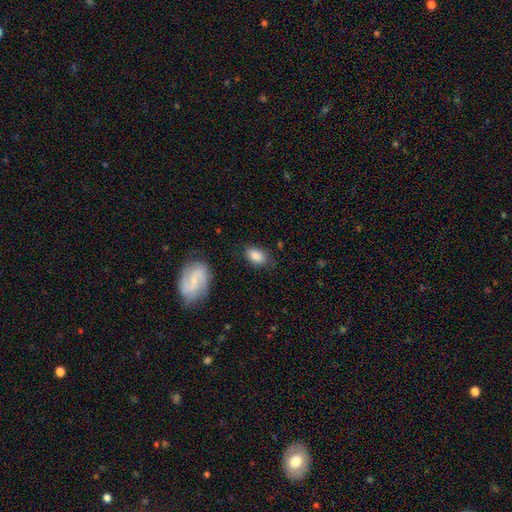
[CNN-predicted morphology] A smooth galaxy with no disk features (83%) that is in between round and cigar-shaped (88%). Merging: none (77%).